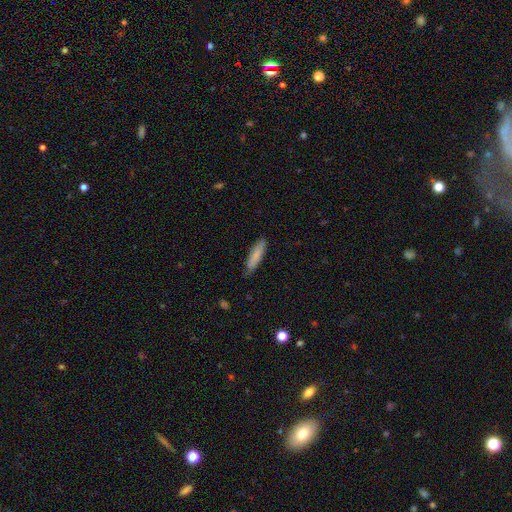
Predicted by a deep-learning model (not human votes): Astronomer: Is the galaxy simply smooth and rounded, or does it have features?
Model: smooth — 79%.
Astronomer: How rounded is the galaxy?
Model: cigar-shaped — 72%.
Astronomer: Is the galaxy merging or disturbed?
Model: none — 78%.